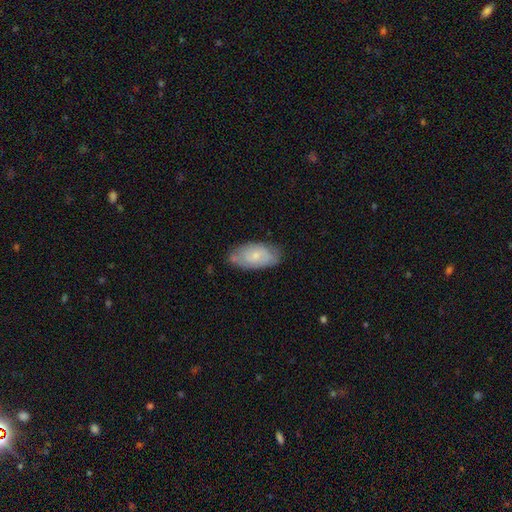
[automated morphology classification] Q: Smooth or featured?
A: smooth (59%); runner-up: featured or disk (35%)
Q: How rounded?
A: in between (93%); runner-up: cigar-shaped (4%)
Q: Merging?
A: none (66%); runner-up: minor disturbance (26%)